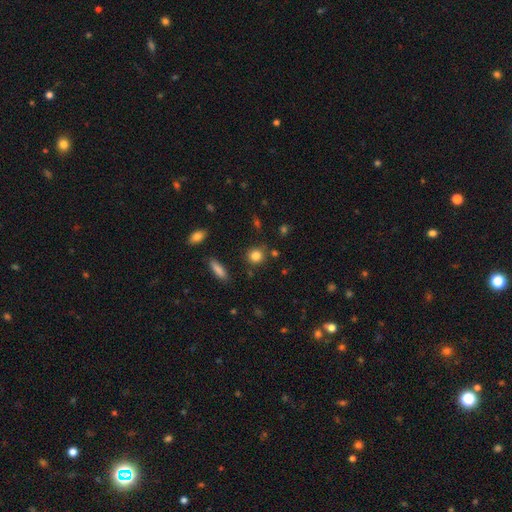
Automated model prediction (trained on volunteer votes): smooth-or-featured: smooth: 83% | star or artifact: 11% | featured or disk: 6%
  how-rounded: round: 85% | in between: 13% | cigar-shaped: 2%
  merging: none: 82% | minor disturbance: 10% | merger: 5% | major disturbance: 3%